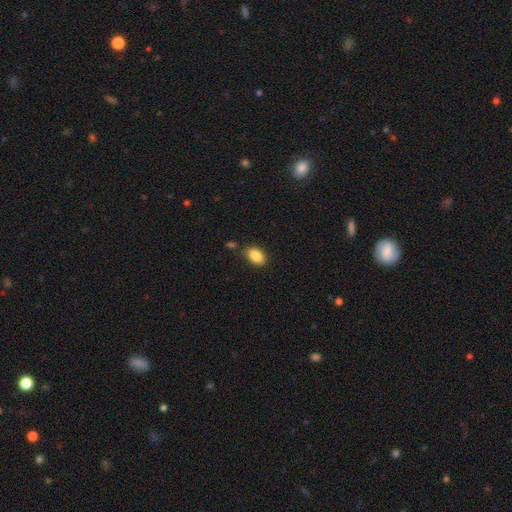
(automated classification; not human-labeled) smooth 87%, star or artifact 8%, featured or disk 5%. Down the decision tree: how rounded — in between (90%); merging — none (79%).